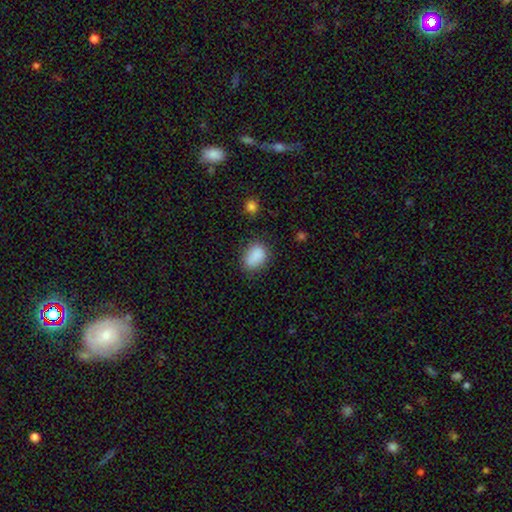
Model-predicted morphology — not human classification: Smooth or featured?
  - smooth: 85% *
  - star or artifact: 9%
  - featured or disk: 6%
How rounded?
  - in between: 77% *
  - round: 22%
  - cigar-shaped: 2%
Merging?
  - none: 69% *
  - minor disturbance: 22%
  - major disturbance: 6%
  - merger: 3%